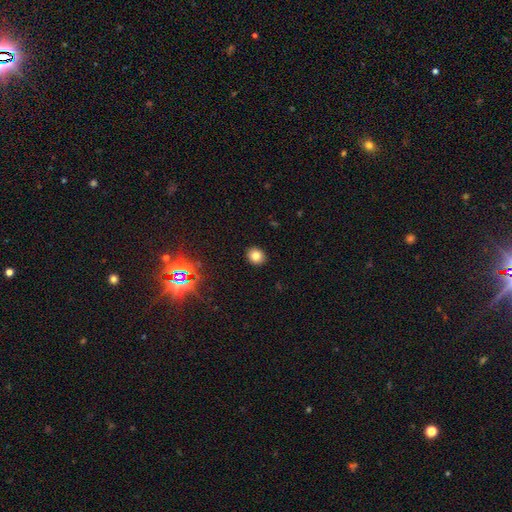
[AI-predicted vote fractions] smooth_or_featured: smooth (p=0.78) [alt: star or artifact p=0.14]
how_rounded: round (p=0.68) [alt: in between p=0.31]
merging: none (p=0.91) [alt: minor disturbance p=0.06]